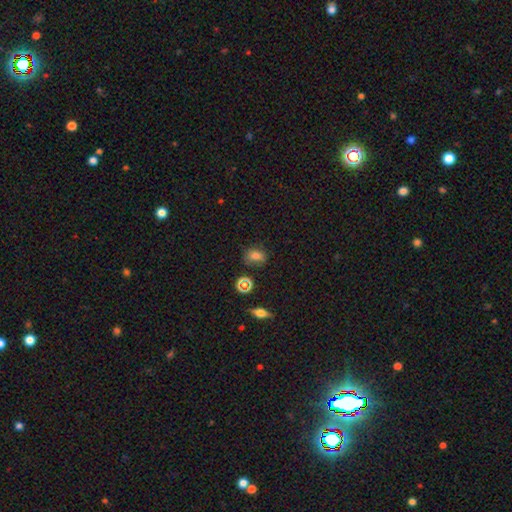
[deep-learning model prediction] Smooth or featured? smooth (72%)
How rounded? in between (62%)
Merging? none (77%)